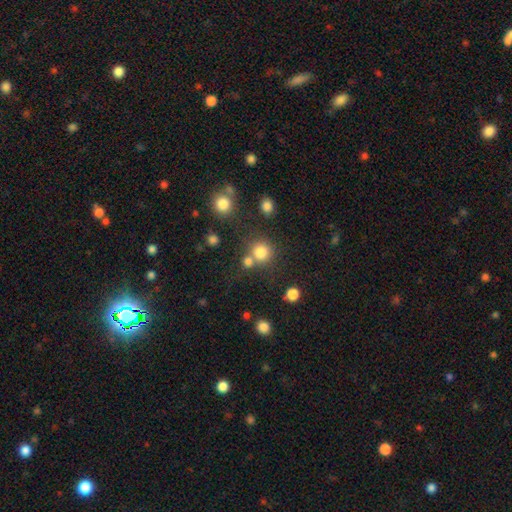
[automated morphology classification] Smooth or featured: smooth — 69% (star or artifact — 24%)
How rounded: round — 91% (in between — 8%)
Merging: none — 70% (merger — 19%)